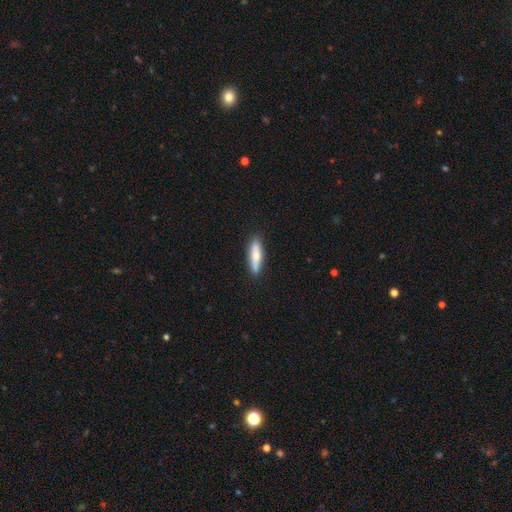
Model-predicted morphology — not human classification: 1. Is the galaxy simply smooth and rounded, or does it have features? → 62% smooth, 33% featured or disk, 6% star or artifact.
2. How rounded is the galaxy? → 75% cigar-shaped, 23% in between, 2% round.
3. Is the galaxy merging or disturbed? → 86% none, 11% minor disturbance, 2% major disturbance, 2% merger.